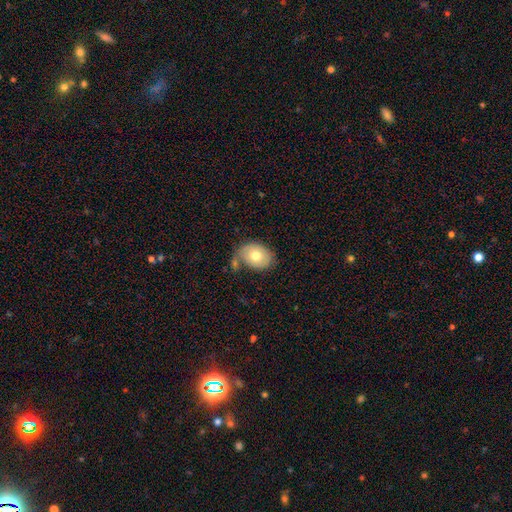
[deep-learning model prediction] Q: Smooth or featured?
A: smooth (71%); runner-up: featured or disk (22%)
Q: How rounded?
A: in between (66%); runner-up: round (33%)
Q: Merging?
A: none (54%); runner-up: minor disturbance (21%)